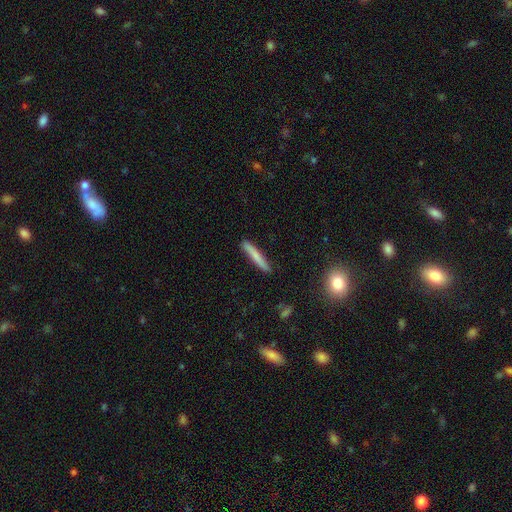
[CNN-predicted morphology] This is likely a smooth galaxy (72%). How rounded: clearly cigar-shaped (95%). Merging: clearly none (88%).